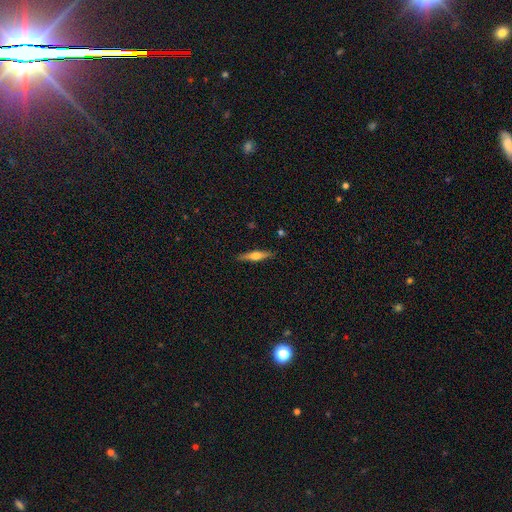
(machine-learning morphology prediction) Smooth or featured? Predicted: featured or disk (p=0.48). Merging? Predicted: none (p=0.88).